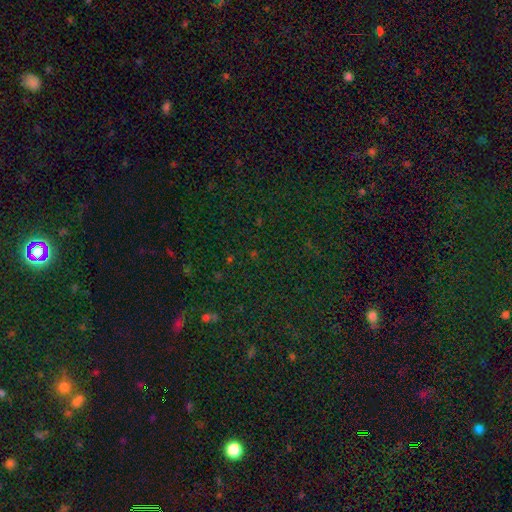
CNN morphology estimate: Overall: star or artifact (77%).